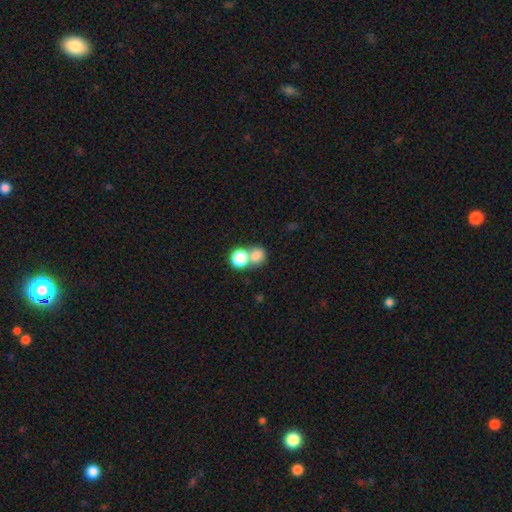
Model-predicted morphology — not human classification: Smooth or featured: smooth — 80% (star or artifact — 12%)
How rounded: round — 75% (in between — 24%)
Merging: merger — 55% (none — 36%)